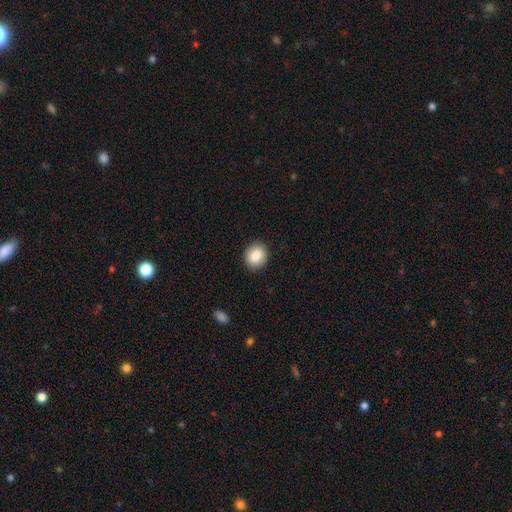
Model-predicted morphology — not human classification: Q: Smooth or featured?
A: smooth (83%); runner-up: featured or disk (9%)
Q: How rounded?
A: round (68%); runner-up: in between (31%)
Q: Merging?
A: none (90%); runner-up: minor disturbance (7%)